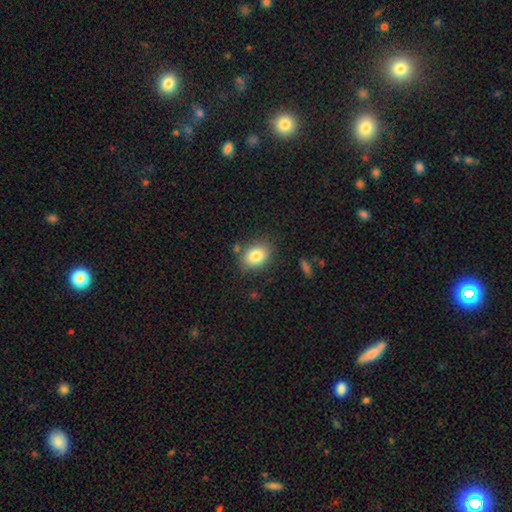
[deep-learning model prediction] This appears to be a smooth galaxy with no disk features (83%) that is in between round and cigar-shaped (69%). Merging: none (80%).